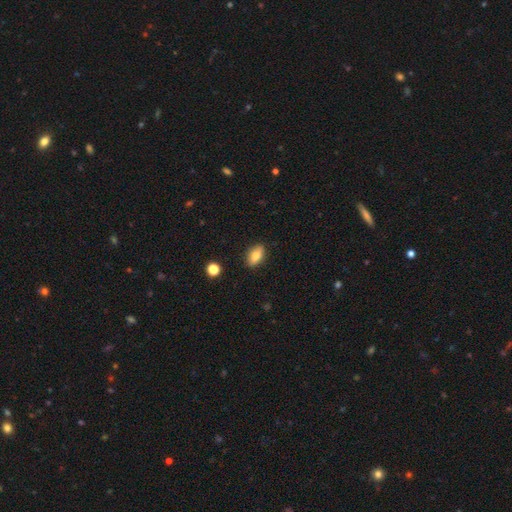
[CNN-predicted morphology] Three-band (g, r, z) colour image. It shows a smooth galaxy with no disk features (76%) that is in between round and cigar-shaped (82%). Merging: none (87%).